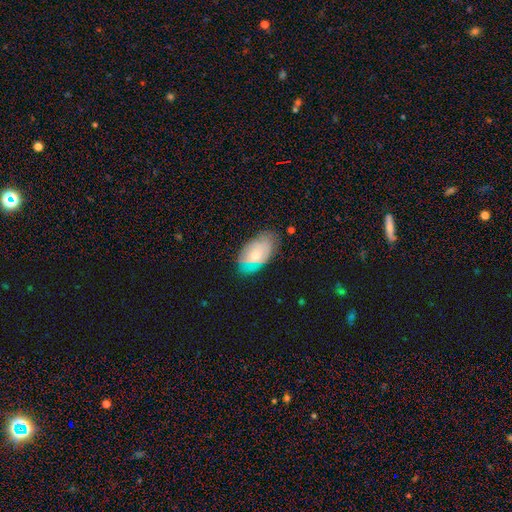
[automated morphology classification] The model was most divided on "smooth or featured": smooth: 54%, featured or disk: 37%, star or artifact: 9%. More confident: how rounded — in between (93%); merging — none (65%).